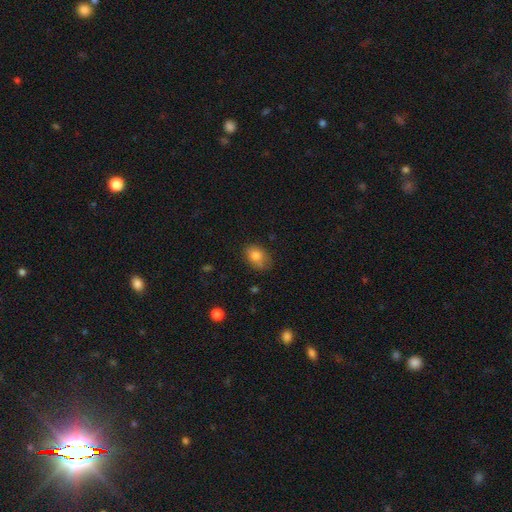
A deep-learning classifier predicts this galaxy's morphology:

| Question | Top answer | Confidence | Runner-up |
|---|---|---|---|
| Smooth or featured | smooth | 81% | featured or disk (10%) |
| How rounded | in between | 69% | round (29%) |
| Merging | none | 66% | minor disturbance (24%) |